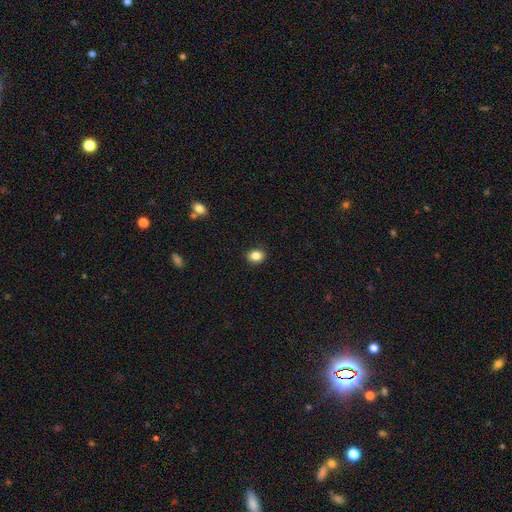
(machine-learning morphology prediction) The model was most divided on "how rounded": round: 53%, in between: 46%, cigar-shaped: 1%. More confident: merging — none (89%); smooth or featured — smooth (85%).